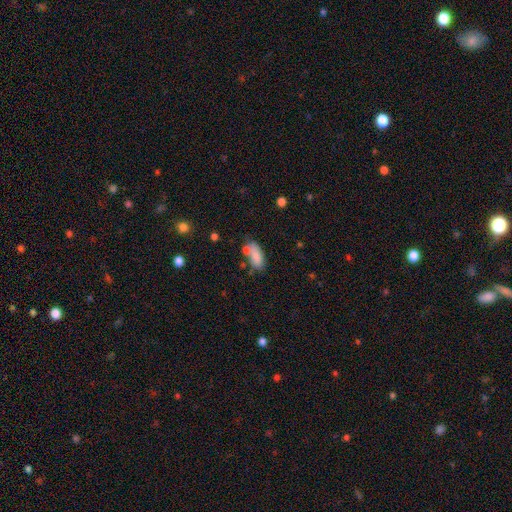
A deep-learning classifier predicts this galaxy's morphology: Smooth or featured? Predicted: smooth (p=0.82). How rounded? Predicted: in between (p=0.83). Merging? Predicted: none (p=0.53).